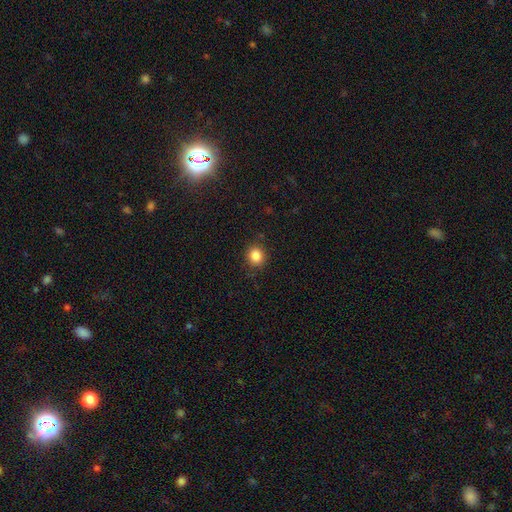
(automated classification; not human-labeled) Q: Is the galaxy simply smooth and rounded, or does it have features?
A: smooth — 85%.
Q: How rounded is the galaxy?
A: round — 78%.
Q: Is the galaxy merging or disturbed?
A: none — 87%.